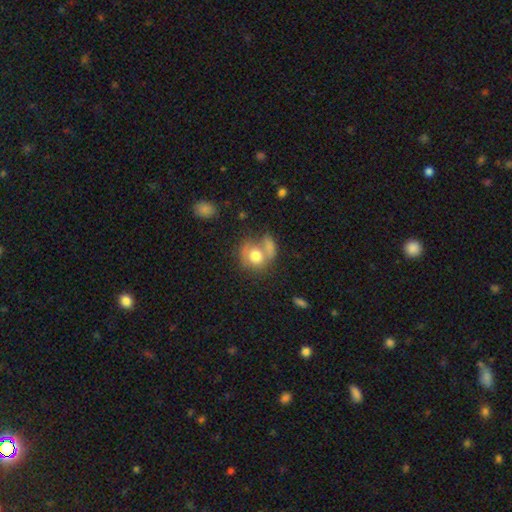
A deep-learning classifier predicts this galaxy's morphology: This is likely a smooth galaxy (71%). How rounded: likely round (67%). Merging: marginally merger (45%).